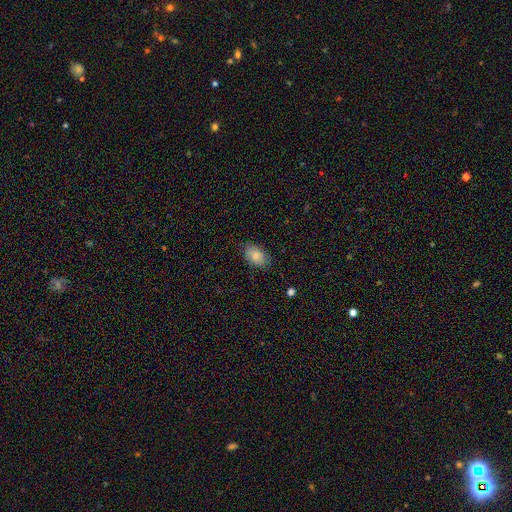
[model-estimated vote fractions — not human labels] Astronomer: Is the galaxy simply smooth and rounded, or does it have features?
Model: smooth — 81%.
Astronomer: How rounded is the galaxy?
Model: in between — 91%.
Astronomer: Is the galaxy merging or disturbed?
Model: none — 80%.